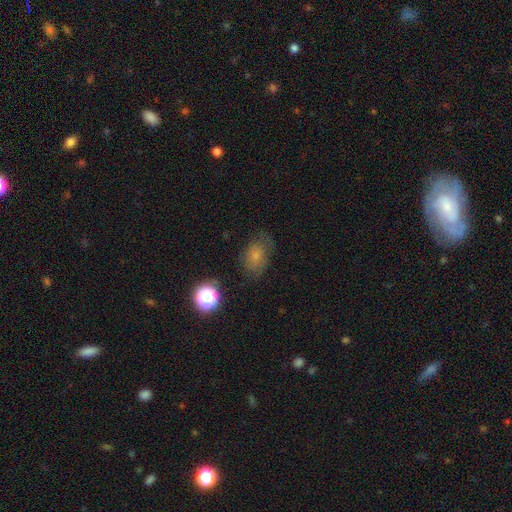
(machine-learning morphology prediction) smooth 66%, featured or disk 18%, star or artifact 16%. Down the decision tree: how rounded — in between (74%); merging — none (61%).